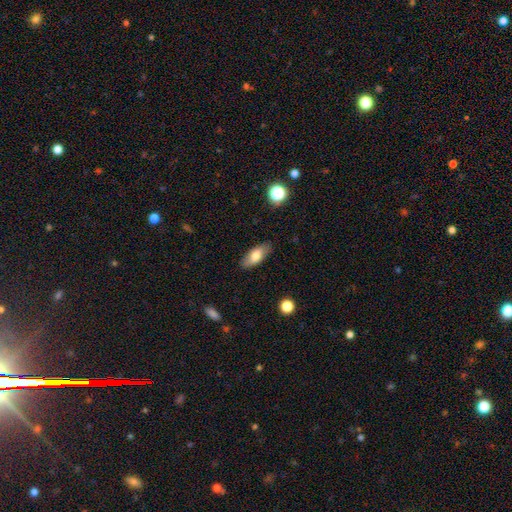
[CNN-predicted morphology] This is likely a smooth galaxy (75%). How rounded: clearly in between (82%). Merging: clearly none (85%).